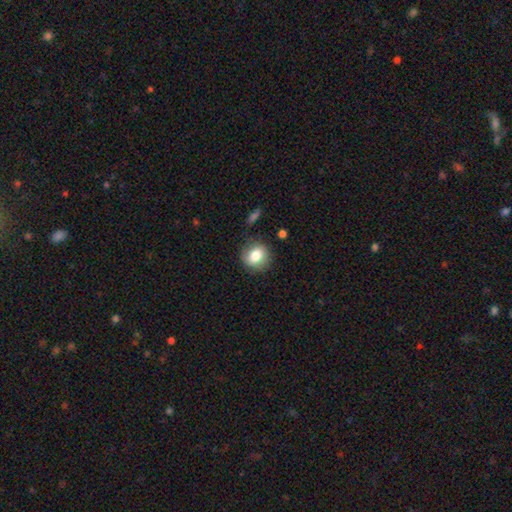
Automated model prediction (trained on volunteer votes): This is likely a smooth galaxy (80%). How rounded: likely round (73%). Merging: clearly none (80%).